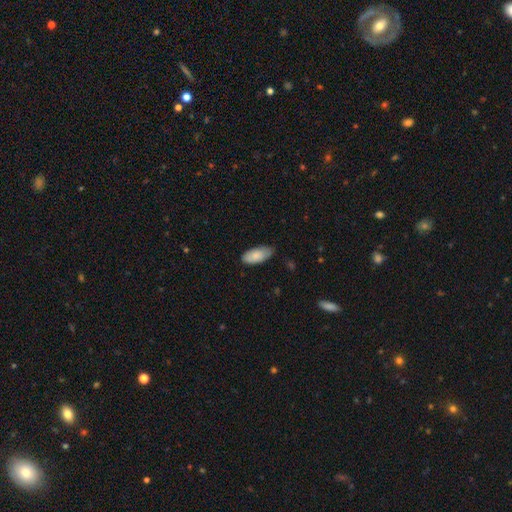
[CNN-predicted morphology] smooth_or_featured: smooth (p=0.84) [alt: featured or disk p=0.10]
how_rounded: in between (p=0.90) [alt: cigar-shaped p=0.08]
merging: none (p=0.70) [alt: minor disturbance p=0.25]